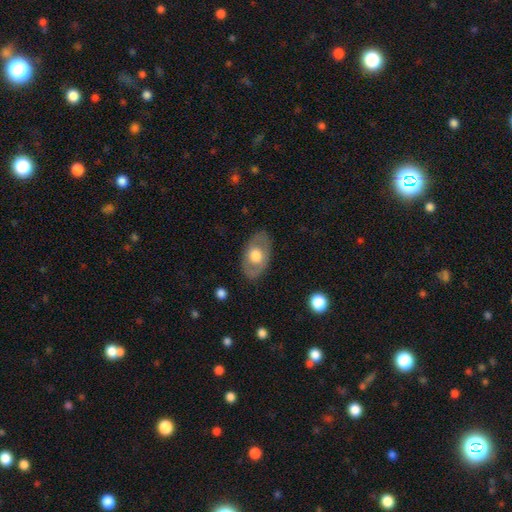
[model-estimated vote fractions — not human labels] Q: Smooth or featured?
A: smooth (51%); runner-up: featured or disk (43%)
Q: How rounded?
A: in between (86%); runner-up: round (12%)
Q: Merging?
A: none (81%); runner-up: minor disturbance (13%)